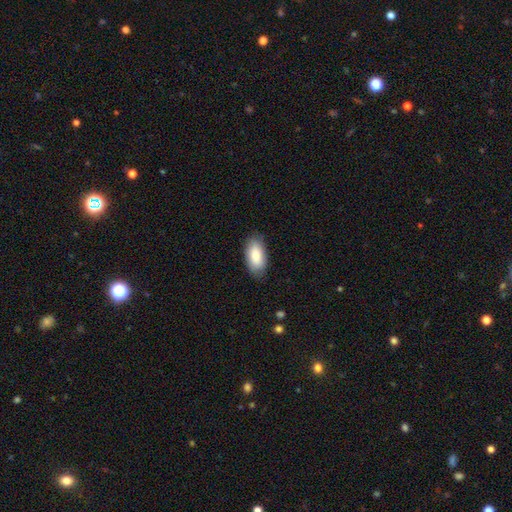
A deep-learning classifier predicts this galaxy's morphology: The model was most divided on "smooth or featured": smooth: 82%, featured or disk: 12%, star or artifact: 6%. More confident: how rounded — in between (93%); merging — none (85%).